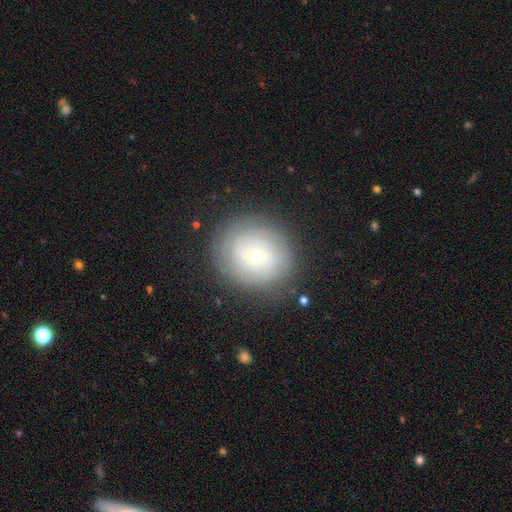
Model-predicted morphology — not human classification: Smooth or featured?
  - featured or disk: 62% *
  - smooth: 29%
  - star or artifact: 9%
Edge-on disk?
  - no: 97% *
  - yes: 3%
Bar?
  - no: 73% *
  - weak: 22%
  - strong: 5%
Spiral arms?
  - yes: 84% *
  - no: 16%
Spiral winding?
  - tight: 74% *
  - medium: 19%
  - loose: 6%
Spiral arm count?
  - can't tell: 45% *
  - 2: 24%
  - 3: 14%
  - 4: 8%
  - 1: 5%
  - more than 4: 5%
Bulge size?
  - small: 68% *
  - moderate: 27%
  - large: 2%
  - dominant: 1%
  - none: 1%
Merging?
  - none: 82% *
  - minor disturbance: 12%
  - major disturbance: 5%
  - merger: 1%